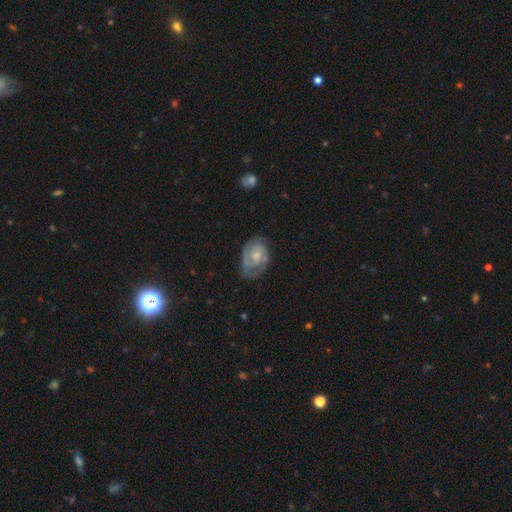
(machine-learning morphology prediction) A featured or disk galaxy (71%) with no bar (69%), 2 (50%) tight (55%) spiral arms (87%) and a moderate central bulge (42%). Merging: none (61%).